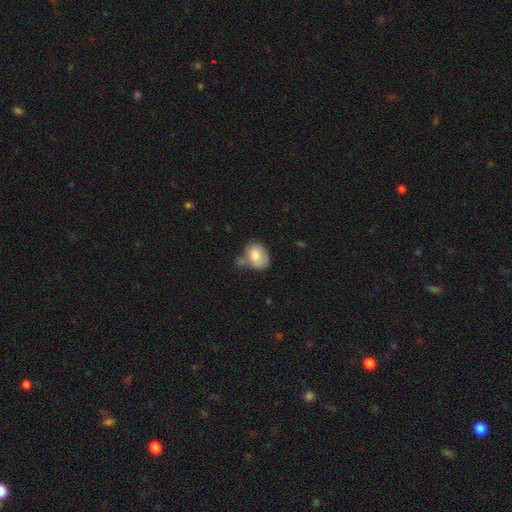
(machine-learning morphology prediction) smooth 79%, featured or disk 14%, star or artifact 7%. Down the decision tree: how rounded — in between (69%); merging — none (44%).